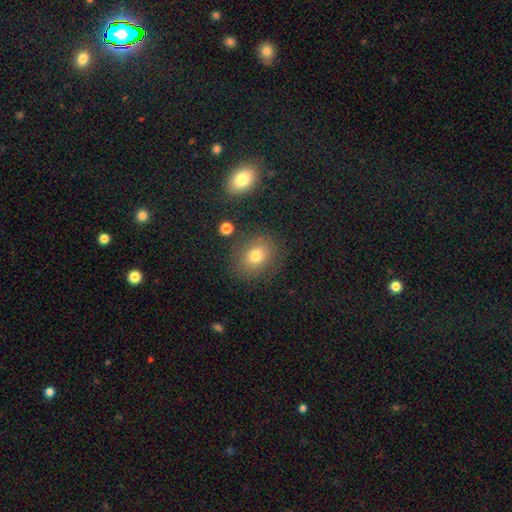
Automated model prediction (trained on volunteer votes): This appears to be a smooth galaxy with no disk features (76%) that is round (61%). Merging: none (82%).